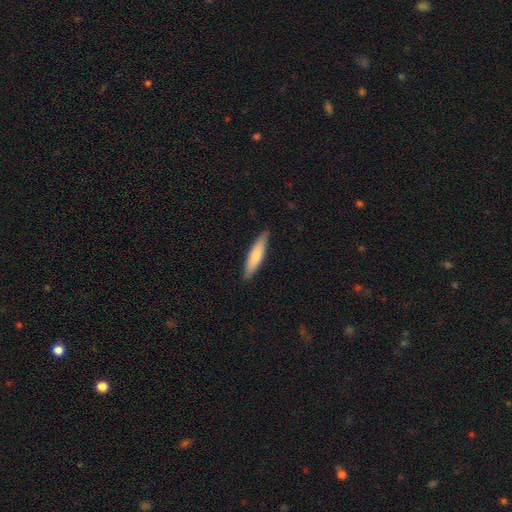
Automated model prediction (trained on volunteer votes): This appears to be a smooth galaxy with no disk features (75%) that is cigar-shaped (80%). Merging: none (88%).